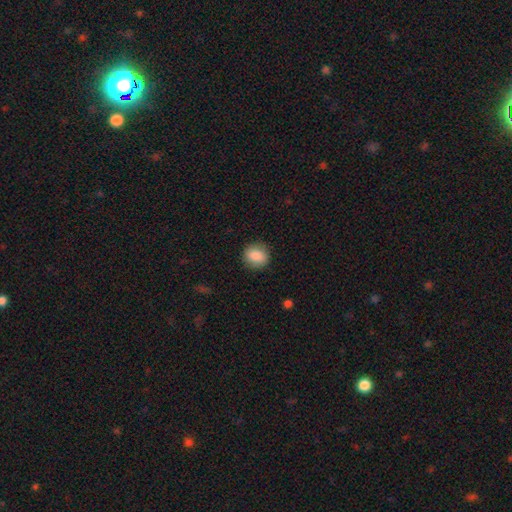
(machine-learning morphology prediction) Q: Smooth or featured?
A: smooth (86%); runner-up: star or artifact (8%)
Q: How rounded?
A: round (77%); runner-up: in between (21%)
Q: Merging?
A: none (88%); runner-up: minor disturbance (8%)